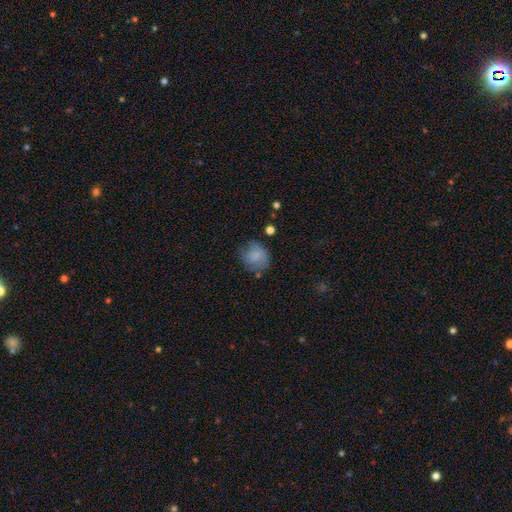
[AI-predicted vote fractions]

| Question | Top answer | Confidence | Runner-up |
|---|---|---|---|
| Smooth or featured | smooth | 72% | featured or disk (20%) |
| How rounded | round | 71% | in between (28%) |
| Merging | none | 64% | minor disturbance (23%) |